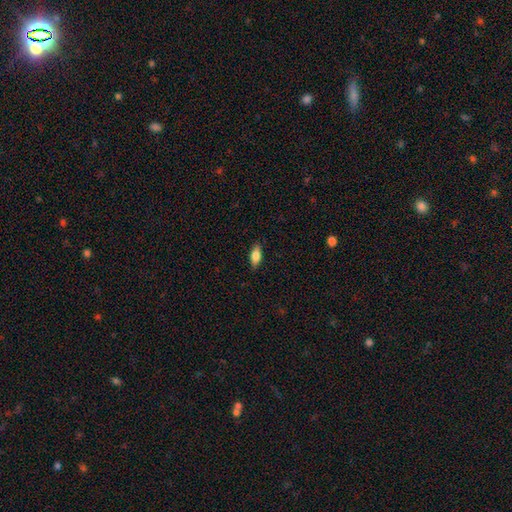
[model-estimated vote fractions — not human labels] This is likely a smooth galaxy (79%). How rounded: clearly in between (81%). Merging: clearly none (87%).